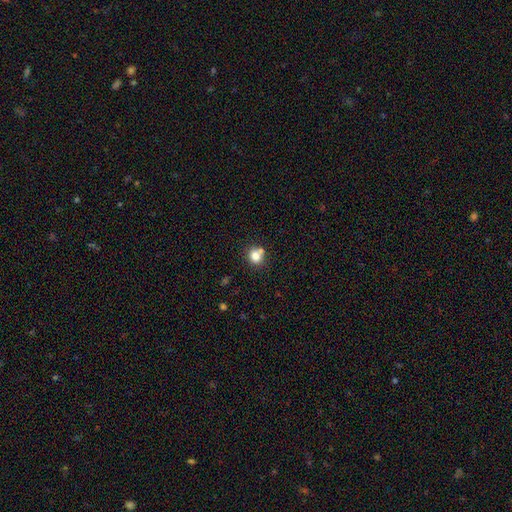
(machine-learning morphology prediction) This appears to be a smooth galaxy with no disk features (80%) that is round (79%). Merging: none (65%).